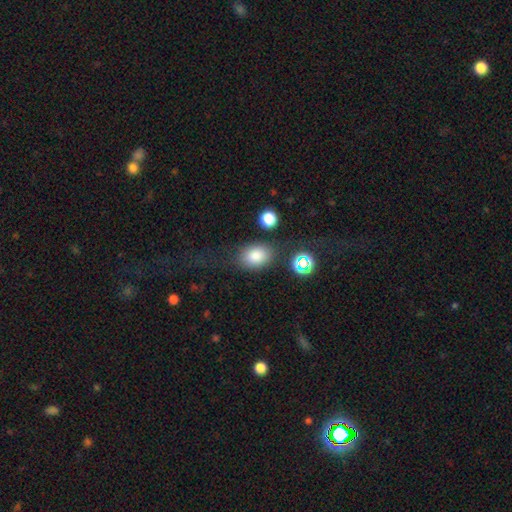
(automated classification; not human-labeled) smooth 81%, star or artifact 11%, featured or disk 8%. Down the decision tree: how rounded — in between (73%); merging — none (71%).